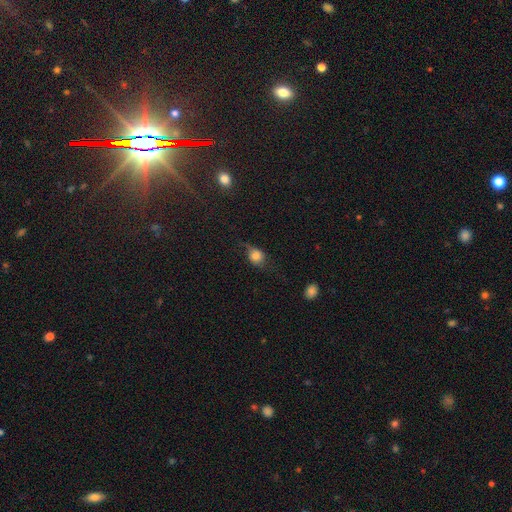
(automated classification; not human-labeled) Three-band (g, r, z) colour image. It shows a smooth galaxy with no disk features (68%) that is round (60%). Merging: none (47%).